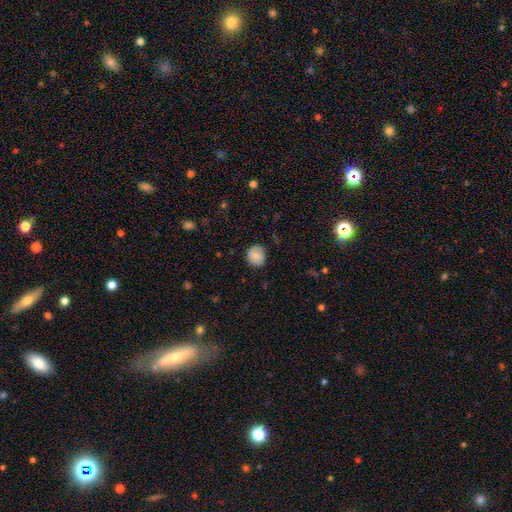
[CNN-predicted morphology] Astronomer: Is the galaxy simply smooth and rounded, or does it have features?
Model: smooth — 82%.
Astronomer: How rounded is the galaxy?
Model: round — 82%.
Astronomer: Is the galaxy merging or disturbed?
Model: none — 79%.